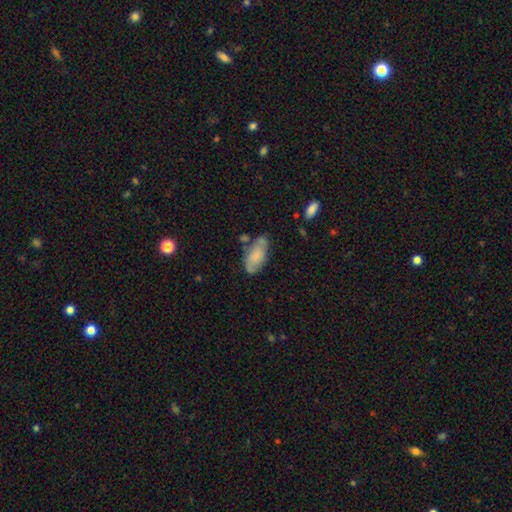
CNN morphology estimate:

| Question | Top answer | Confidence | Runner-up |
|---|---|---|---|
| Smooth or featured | smooth | 64% | featured or disk (29%) |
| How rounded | in between | 91% | cigar-shaped (6%) |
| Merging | none | 56% | minor disturbance (28%) |